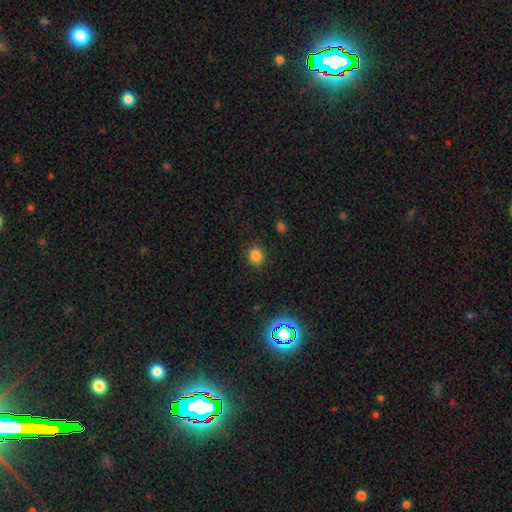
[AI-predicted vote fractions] Q: Smooth or featured?
A: smooth (82%); runner-up: star or artifact (14%)
Q: How rounded?
A: round (87%); runner-up: in between (12%)
Q: Merging?
A: none (89%); runner-up: minor disturbance (7%)